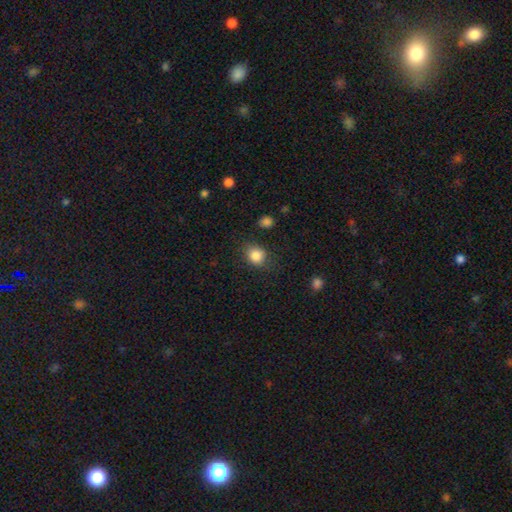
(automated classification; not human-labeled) smooth_or_featured: smooth (p=0.84) [alt: star or artifact p=0.10]
how_rounded: round (p=0.66) [alt: in between p=0.33]
merging: none (p=0.73) [alt: minor disturbance p=0.18]